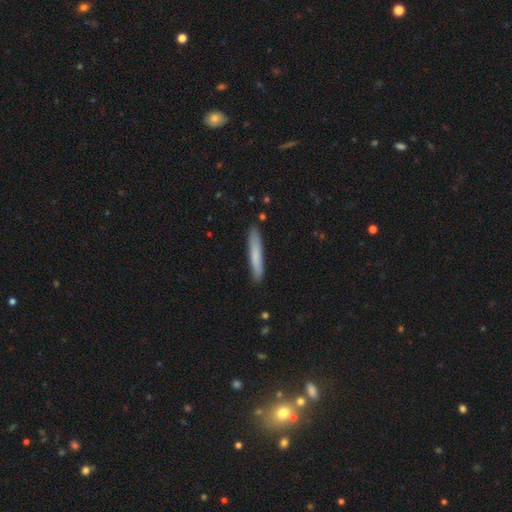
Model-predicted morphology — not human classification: smooth-or-featured: smooth: 77% | featured or disk: 18% | star or artifact: 6%
  how-rounded: cigar-shaped: 94% | in between: 5% | round: 1%
  merging: none: 88% | minor disturbance: 9% | major disturbance: 2% | merger: 1%